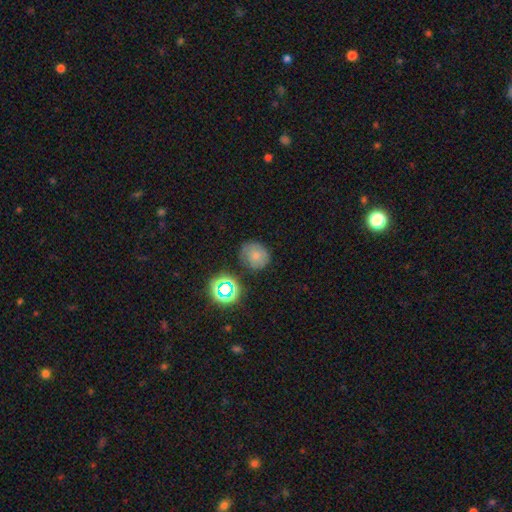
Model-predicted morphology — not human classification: Smooth or featured? smooth (68%)
How rounded? round (79%)
Merging? none (75%)